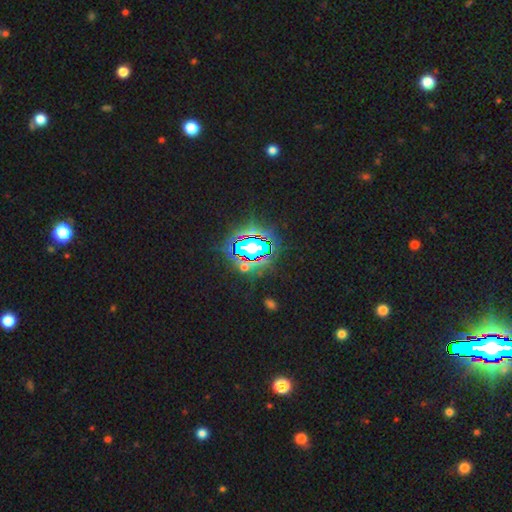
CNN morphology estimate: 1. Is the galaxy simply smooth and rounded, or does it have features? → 84% star or artifact, 9% smooth, 7% featured or disk.